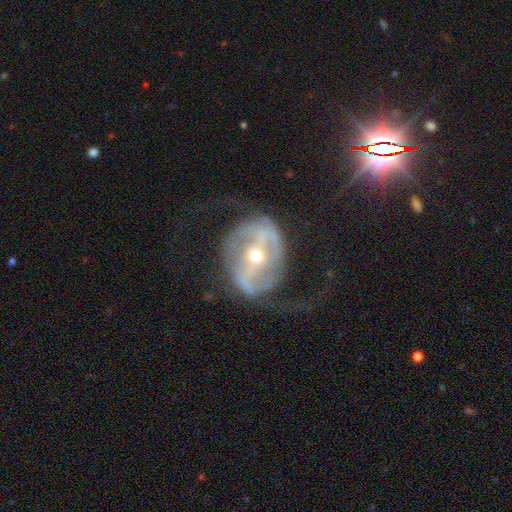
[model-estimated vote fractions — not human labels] This is clearly a featured or disk galaxy (86%). It is clearly not viewed edge-on (95%). Bar: likely strong (64%). Spiral arm pattern: clearly yes (87%). Spiral arm count: clearly 2 (82%). Spiral winding: marginally medium (42%). Central bulge: possibly moderate (51%). Merging: possibly none (60%).